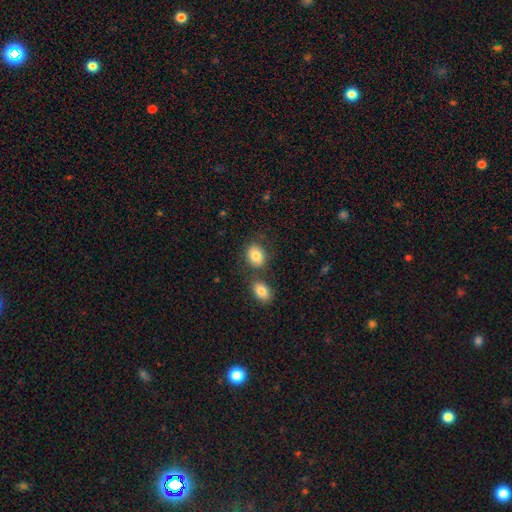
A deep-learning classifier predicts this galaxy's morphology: The model was most divided on "how rounded": in between: 63%, round: 36%, cigar-shaped: 1%. More confident: smooth or featured — smooth (82%); merging — none (62%).